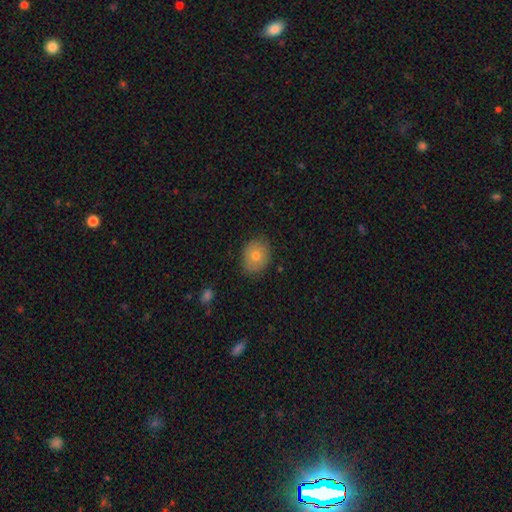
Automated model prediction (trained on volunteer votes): This appears to be a smooth galaxy with no disk features (74%) that is round (51%). Merging: none (84%).